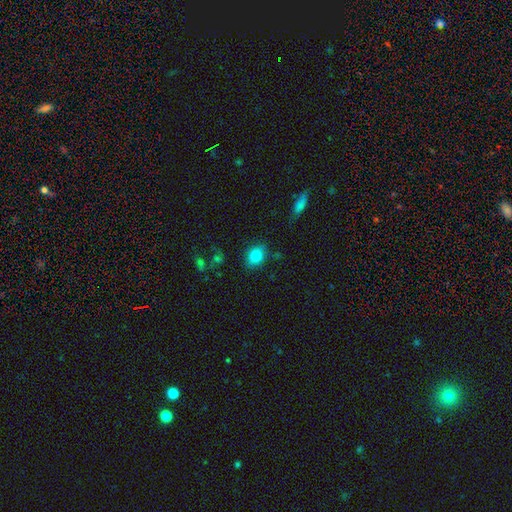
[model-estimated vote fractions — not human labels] The model was most divided on "how rounded": in between: 53%, round: 46%, cigar-shaped: 1%. More confident: merging — none (83%); smooth or featured — smooth (82%).